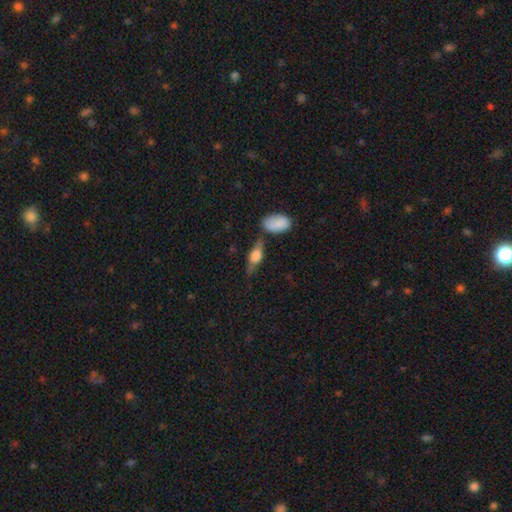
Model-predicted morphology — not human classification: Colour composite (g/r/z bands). It shows a featured or disk galaxy (48%). Merging: none (64%).